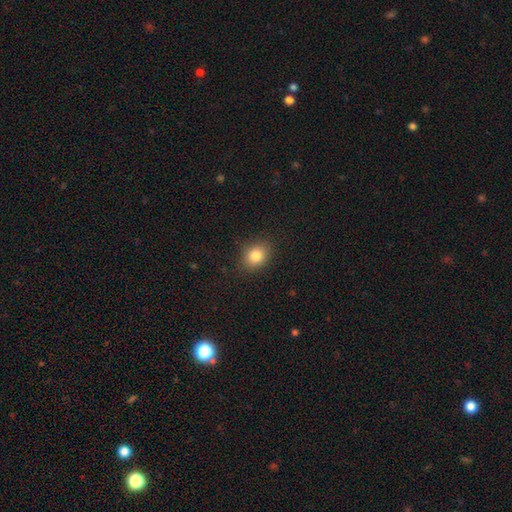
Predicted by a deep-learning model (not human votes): Smooth or featured: smooth — 84% (star or artifact — 10%)
How rounded: round — 50% (in between — 49%)
Merging: none — 86% (minor disturbance — 10%)